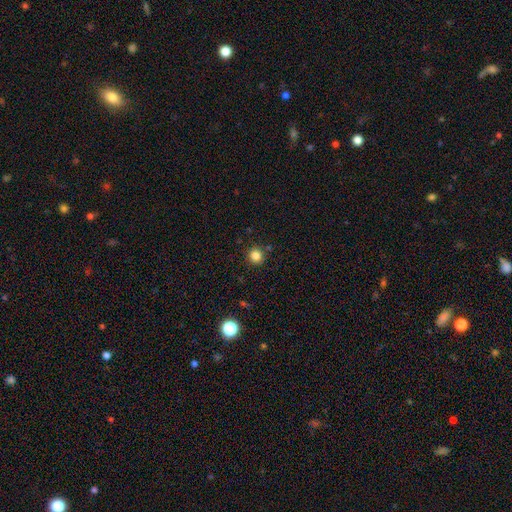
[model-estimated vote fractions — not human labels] smooth-or-featured: smooth: 82% | star or artifact: 13% | featured or disk: 5%
  how-rounded: round: 94% | in between: 5% | cigar-shaped: 1%
  merging: none: 88% | minor disturbance: 7% | merger: 3% | major disturbance: 2%